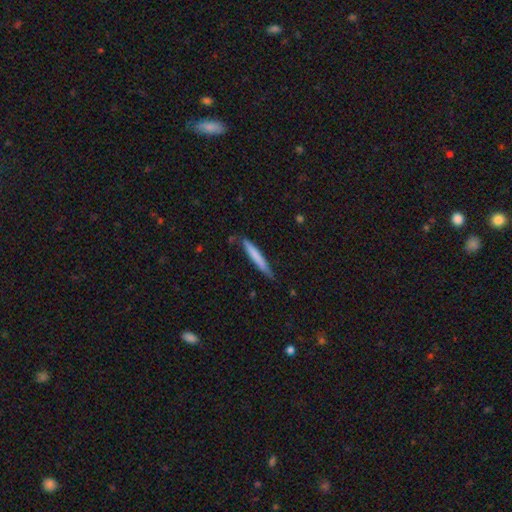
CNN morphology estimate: Smooth or featured?
  - smooth: 71% *
  - featured or disk: 24%
  - star or artifact: 5%
How rounded?
  - cigar-shaped: 96% *
  - in between: 3%
  - round: 1%
Merging?
  - none: 80% *
  - minor disturbance: 16%
  - major disturbance: 2%
  - merger: 2%